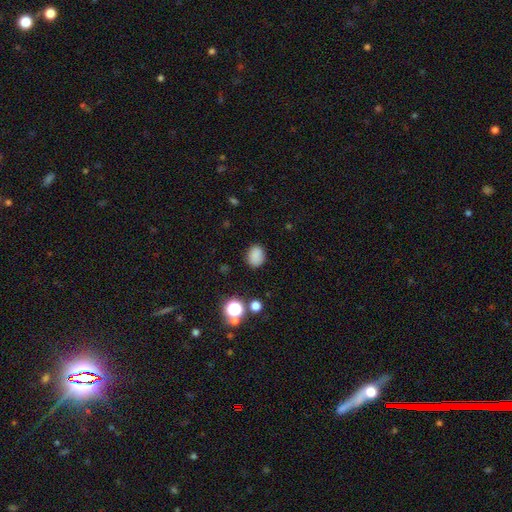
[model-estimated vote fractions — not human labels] smooth-or-featured: smooth: 83% | star or artifact: 12% | featured or disk: 4%
  how-rounded: in between: 50% | round: 49% | cigar-shaped: 1%
  merging: none: 83% | minor disturbance: 11% | major disturbance: 3% | merger: 2%